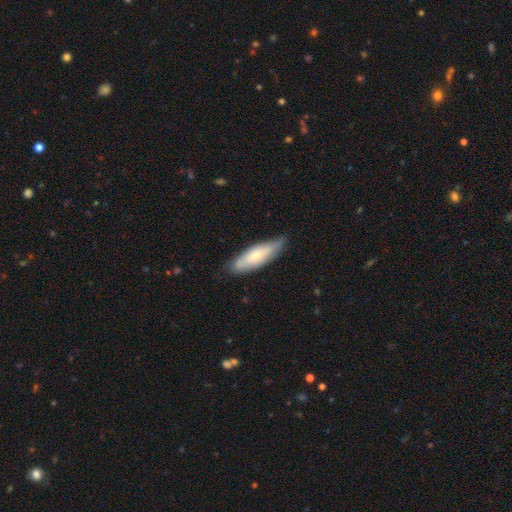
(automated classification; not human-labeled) Morphology: type=smooth (62%); roundness=cigar-shaped (50%); merging=none (71%).